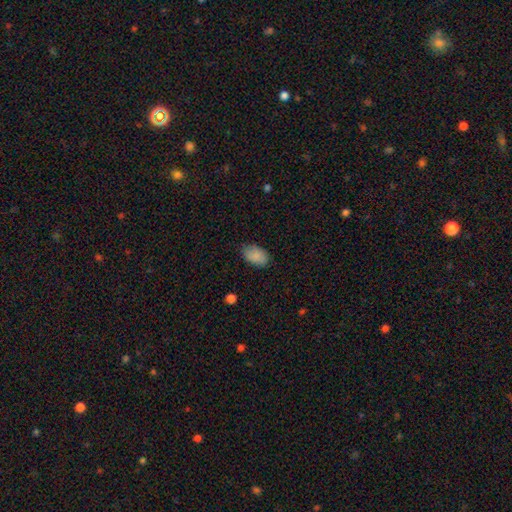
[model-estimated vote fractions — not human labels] smooth 88%, star or artifact 7%, featured or disk 5%. Down the decision tree: how rounded — in between (92%); merging — none (81%).